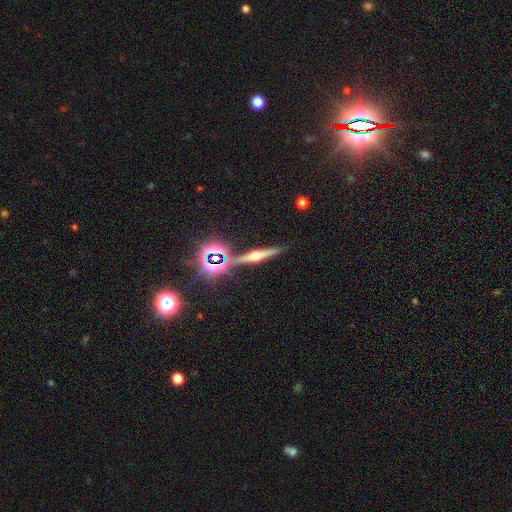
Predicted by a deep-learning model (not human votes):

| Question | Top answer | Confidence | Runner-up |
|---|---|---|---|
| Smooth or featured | featured or disk | 65% | star or artifact (18%) |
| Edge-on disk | yes | 96% | no (4%) |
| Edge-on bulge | rounded | 94% | boxy (4%) |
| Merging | none | 84% | minor disturbance (8%) |